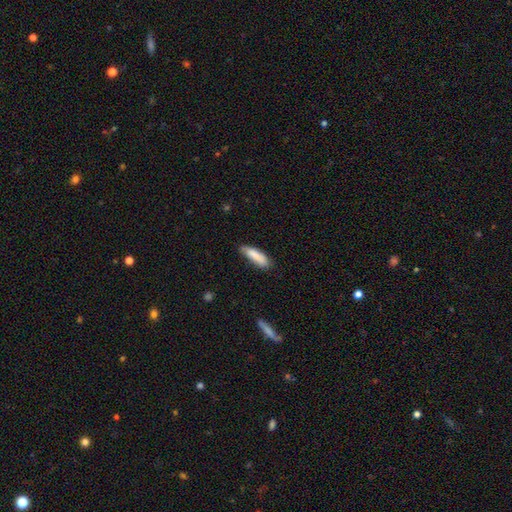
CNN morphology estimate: Smooth or featured?
  - smooth: 84% *
  - featured or disk: 10%
  - star or artifact: 6%
How rounded?
  - cigar-shaped: 58% *
  - in between: 41%
  - round: 1%
Merging?
  - none: 74% *
  - minor disturbance: 21%
  - major disturbance: 4%
  - merger: 2%